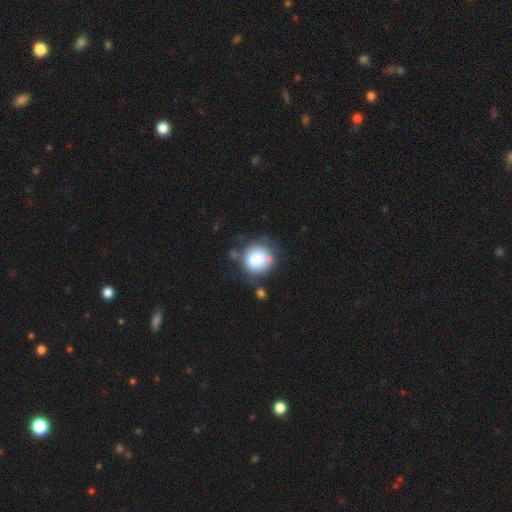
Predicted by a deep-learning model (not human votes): The model was most divided on "merging": none: 49%, minor disturbance: 25%, major disturbance: 14%, merger: 12%. More confident: how rounded — round (85%); smooth or featured — smooth (77%).